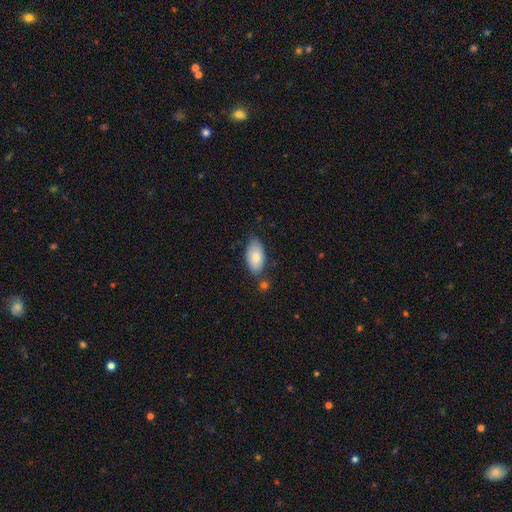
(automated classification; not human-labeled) Smooth or featured? Predicted: smooth (p=0.82). How rounded? Predicted: in between (p=0.94). Merging? Predicted: none (p=0.72).